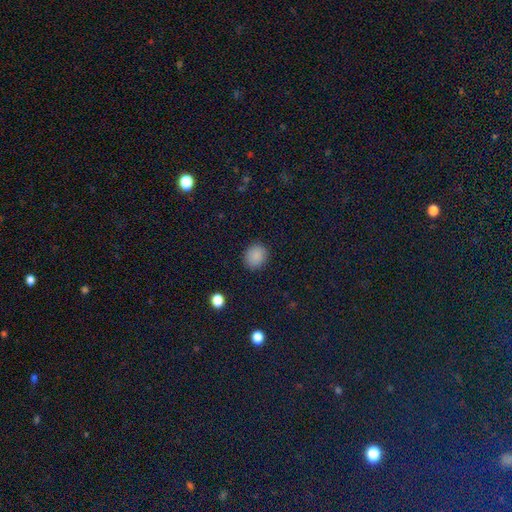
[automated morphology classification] Smooth or featured?
  - smooth: 87% *
  - star or artifact: 10%
  - featured or disk: 3%
How rounded?
  - round: 72% *
  - in between: 27%
  - cigar-shaped: 1%
Merging?
  - none: 89% *
  - minor disturbance: 7%
  - major disturbance: 2%
  - merger: 1%